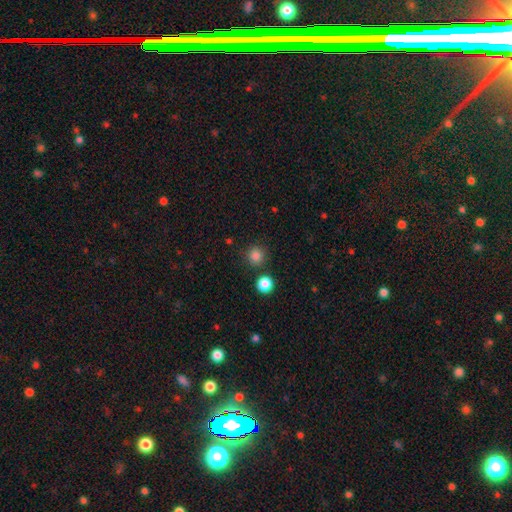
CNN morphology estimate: smooth_or_featured: smooth (p=0.83) [alt: star or artifact p=0.13]
how_rounded: round (p=0.93) [alt: in between p=0.06]
merging: none (p=0.86) [alt: minor disturbance p=0.07]